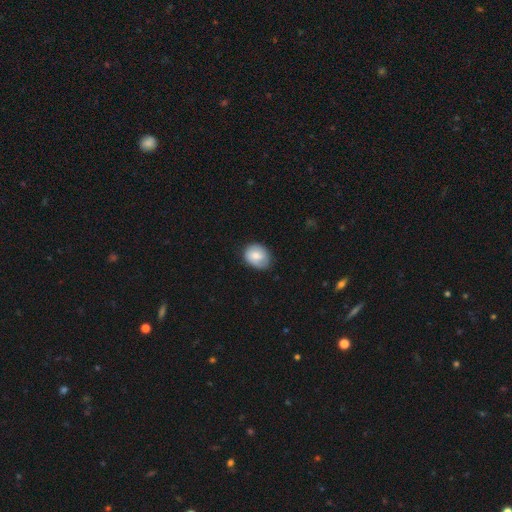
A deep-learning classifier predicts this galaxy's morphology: smooth_or_featured: smooth (p=0.75) [alt: featured or disk p=0.18]
how_rounded: in between (p=0.50) [tied with: round p=0.50]
merging: none (p=0.74) [alt: minor disturbance p=0.21]